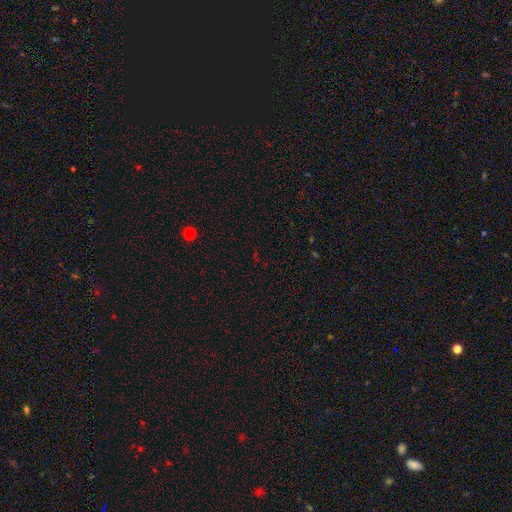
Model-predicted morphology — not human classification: smooth-or-featured: star or artifact: 70% | smooth: 22% | featured or disk: 8%